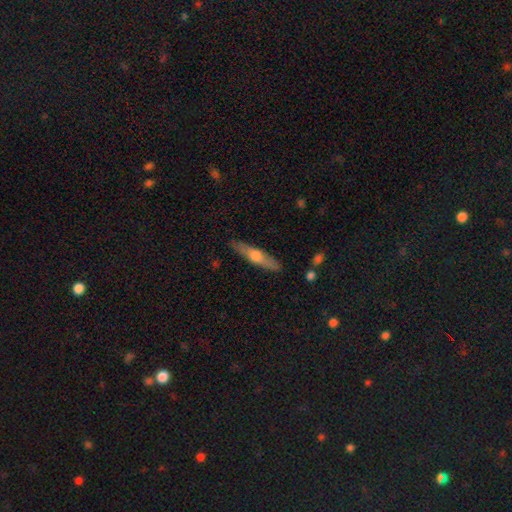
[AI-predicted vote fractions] smooth_or_featured: featured or disk (p=0.52) [alt: smooth p=0.42]
disk_edge_on: yes (p=0.91) [alt: no p=0.09]
merging: none (p=0.87) [alt: minor disturbance p=0.09]